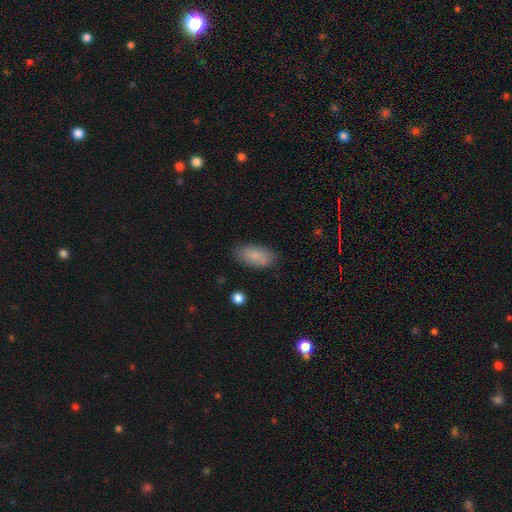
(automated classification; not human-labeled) The model was most divided on "merging": none: 83%, minor disturbance: 13%, major disturbance: 3%, merger: 1%. More confident: how rounded — in between (91%); smooth or featured — smooth (85%).